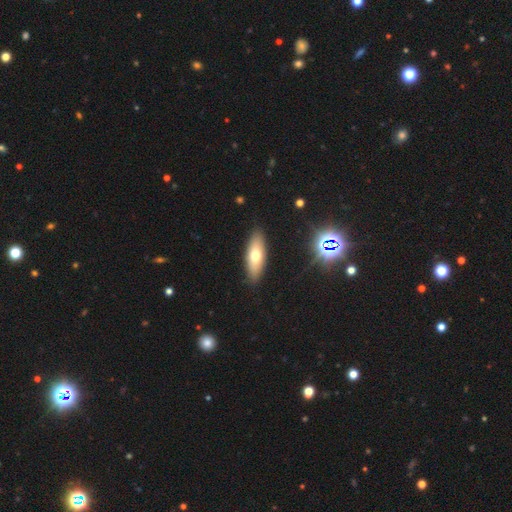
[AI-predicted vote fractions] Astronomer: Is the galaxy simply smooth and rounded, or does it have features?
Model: smooth — 63%.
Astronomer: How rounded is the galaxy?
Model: in between — 67%.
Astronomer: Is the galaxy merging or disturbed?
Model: none — 88%.